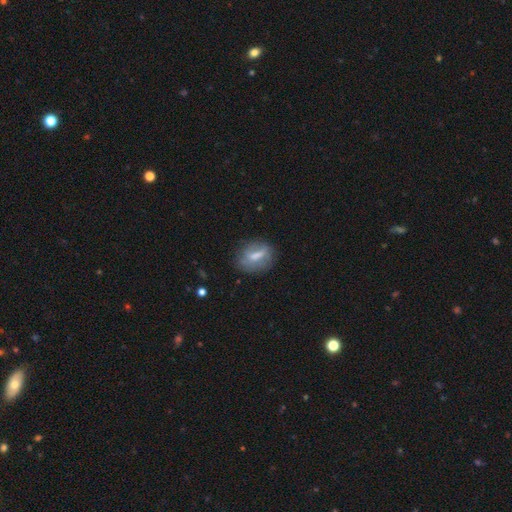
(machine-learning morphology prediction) Q: Smooth or featured?
A: smooth (56%); runner-up: featured or disk (36%)
Q: How rounded?
A: in between (62%); runner-up: round (26%)
Q: Merging?
A: none (67%); runner-up: minor disturbance (21%)